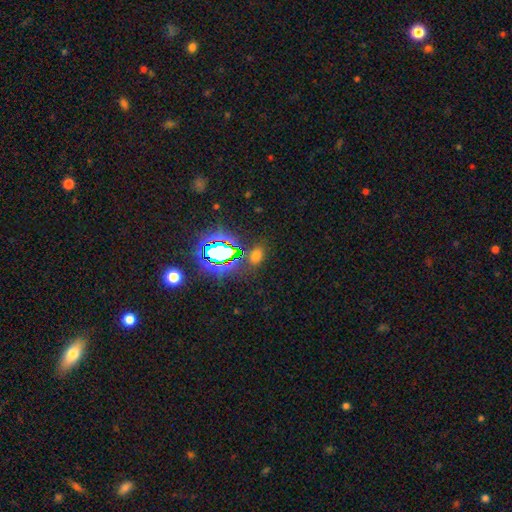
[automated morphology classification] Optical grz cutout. It shows a smooth galaxy with no disk features (56%) that is in between round and cigar-shaped (70%). Merging: none (81%).